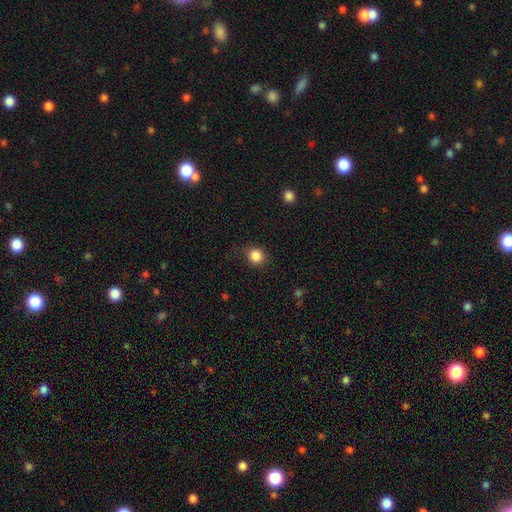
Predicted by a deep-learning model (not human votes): smooth-or-featured: smooth: 86% | star or artifact: 11% | featured or disk: 3%
  how-rounded: round: 88% | in between: 11% | cigar-shaped: 1%
  merging: none: 86% | minor disturbance: 10% | major disturbance: 3% | merger: 1%